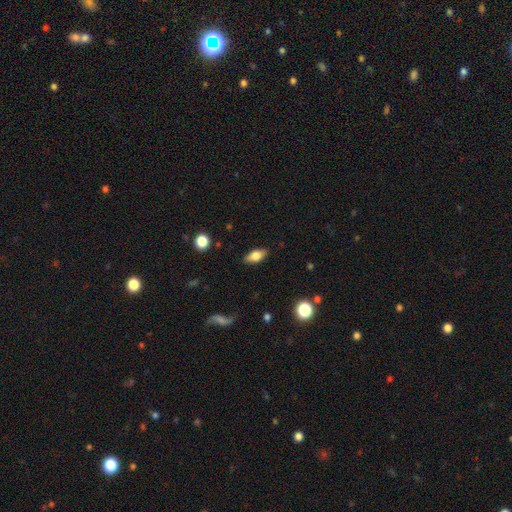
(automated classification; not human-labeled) smooth-or-featured: smooth: 72% | featured or disk: 20% | star or artifact: 8%
  how-rounded: in between: 84% | cigar-shaped: 12% | round: 5%
  merging: none: 86% | minor disturbance: 11% | major disturbance: 2% | merger: 1%